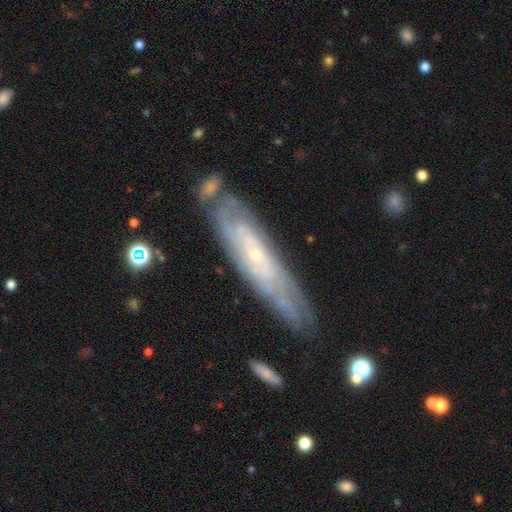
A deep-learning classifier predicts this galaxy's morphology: featured or disk 78%, smooth 15%, star or artifact 6%. Down the decision tree: edge-on disk — no (71%); bar — no (68%); spiral arms — yes (88%); bulge size — small (81%); merging — none (73%).